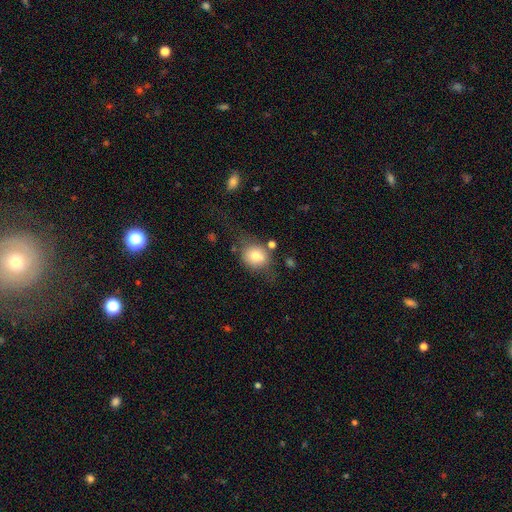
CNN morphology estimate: smooth_or_featured: smooth (p=0.71) [alt: featured or disk p=0.18]
how_rounded: round (p=0.73) [alt: in between p=0.26]
merging: none (p=0.57) [alt: minor disturbance p=0.21]